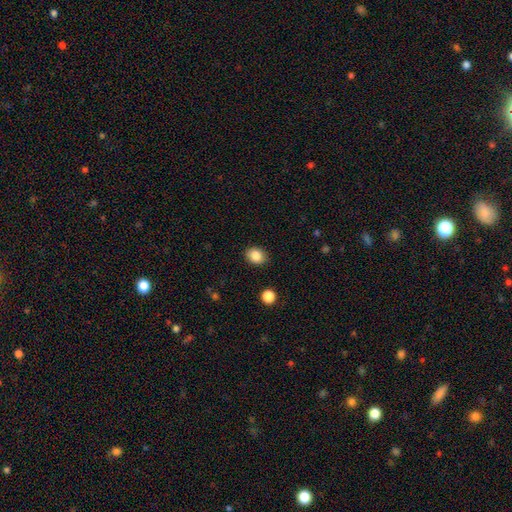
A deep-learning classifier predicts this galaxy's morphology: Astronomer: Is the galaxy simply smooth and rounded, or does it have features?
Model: smooth — 86%.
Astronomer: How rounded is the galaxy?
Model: in between — 51% (runner-up: round, 48%).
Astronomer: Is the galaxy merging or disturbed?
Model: none — 86%.